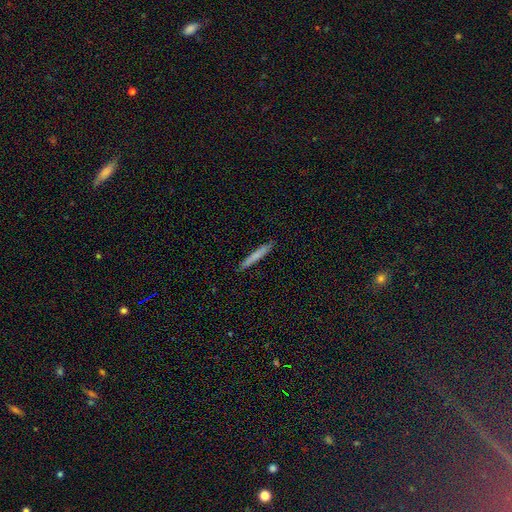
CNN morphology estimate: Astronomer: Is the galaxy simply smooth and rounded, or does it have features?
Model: smooth — 73%.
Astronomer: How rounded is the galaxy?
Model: cigar-shaped — 96%.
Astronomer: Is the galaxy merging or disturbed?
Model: none — 89%.